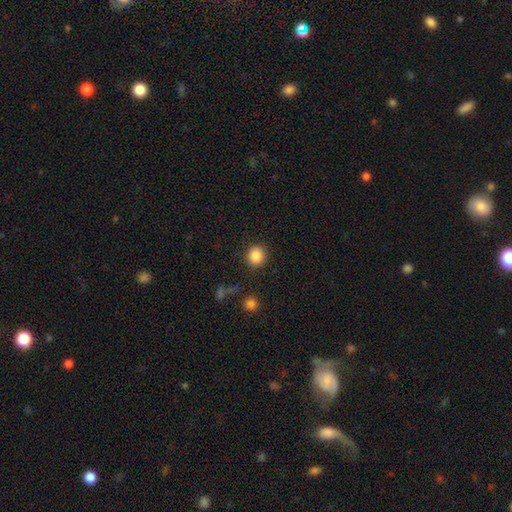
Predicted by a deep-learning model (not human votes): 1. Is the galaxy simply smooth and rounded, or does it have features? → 87% smooth, 10% star or artifact, 3% featured or disk.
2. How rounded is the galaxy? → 83% round, 16% in between, 1% cigar-shaped.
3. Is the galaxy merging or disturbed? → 88% none, 7% minor disturbance, 3% major disturbance, 2% merger.